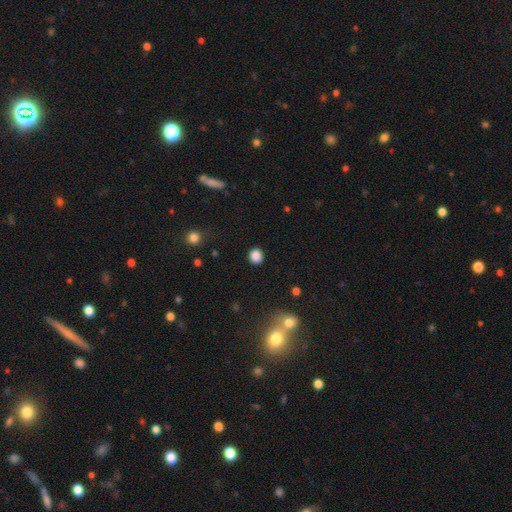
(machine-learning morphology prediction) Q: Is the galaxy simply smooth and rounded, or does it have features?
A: smooth — 86%.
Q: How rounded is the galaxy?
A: round — 81%.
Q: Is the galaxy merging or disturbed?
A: none — 90%.